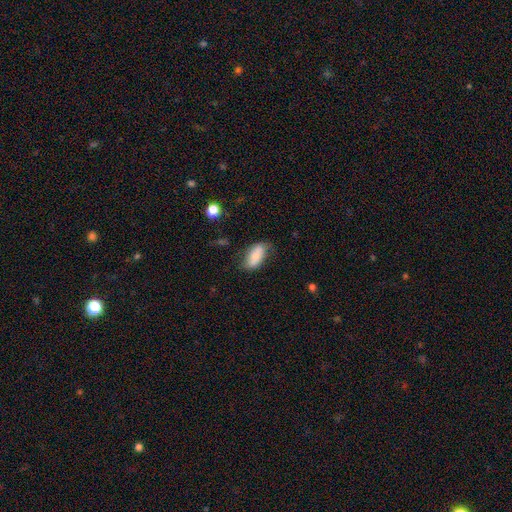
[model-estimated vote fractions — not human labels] A smooth galaxy with no disk features (77%) that is in between round and cigar-shaped (89%).

Vote fractions:
- Smooth or featured? smooth: 77% / featured or disk: 16% / star or artifact: 7%
- How rounded? in between: 89% / cigar-shaped: 8% / round: 3%
- Merging? none: 66% / minor disturbance: 25% / major disturbance: 7% / merger: 2%